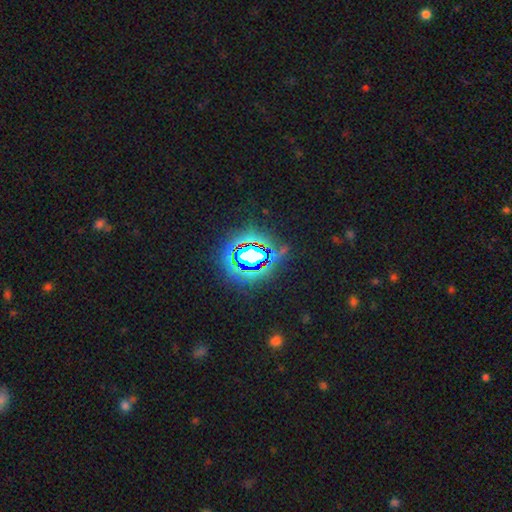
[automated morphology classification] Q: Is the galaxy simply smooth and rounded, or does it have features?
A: star or artifact — 73%.